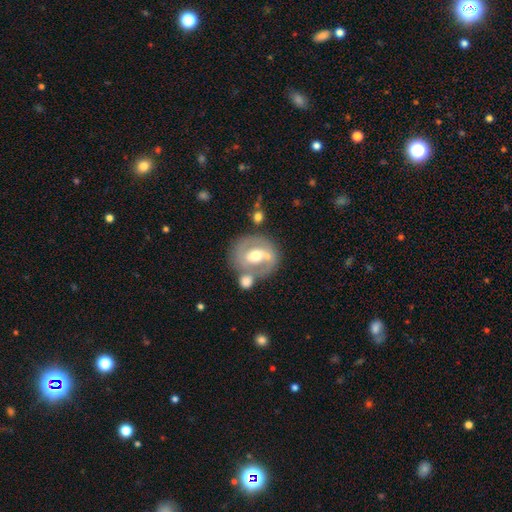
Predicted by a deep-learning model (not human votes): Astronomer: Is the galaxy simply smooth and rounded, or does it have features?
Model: featured or disk — 72%.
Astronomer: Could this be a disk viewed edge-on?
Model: no — 96%.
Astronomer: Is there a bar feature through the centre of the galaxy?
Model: weak — 42% (runner-up: strong, 35%).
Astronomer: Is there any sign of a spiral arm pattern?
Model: yes — 66%.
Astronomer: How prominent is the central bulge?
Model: moderate — 74%.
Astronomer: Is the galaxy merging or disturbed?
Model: none — 62%.